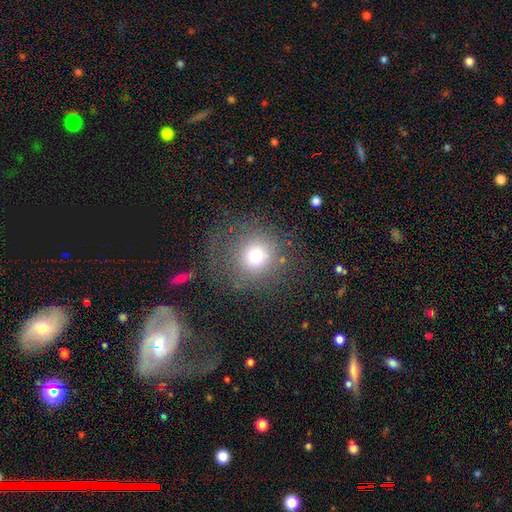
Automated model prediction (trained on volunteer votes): This is likely a smooth galaxy (70%). How rounded: clearly round (91%). Merging: likely none (67%).